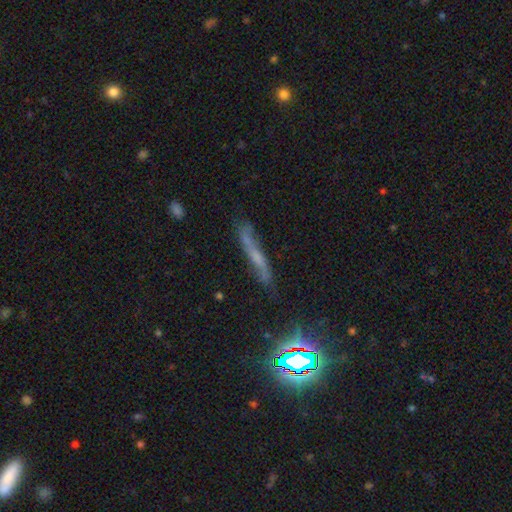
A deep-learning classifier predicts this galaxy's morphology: A featured or disk galaxy (45%). Merging: none (67%).